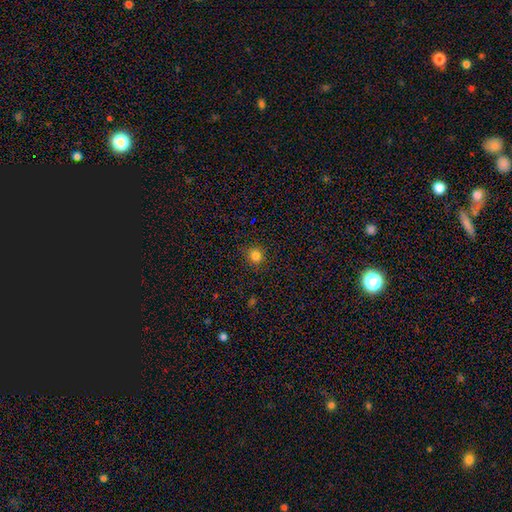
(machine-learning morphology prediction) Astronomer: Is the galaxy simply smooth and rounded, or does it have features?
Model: smooth — 82%.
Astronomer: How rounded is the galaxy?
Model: round — 90%.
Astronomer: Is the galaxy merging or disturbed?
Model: none — 90%.